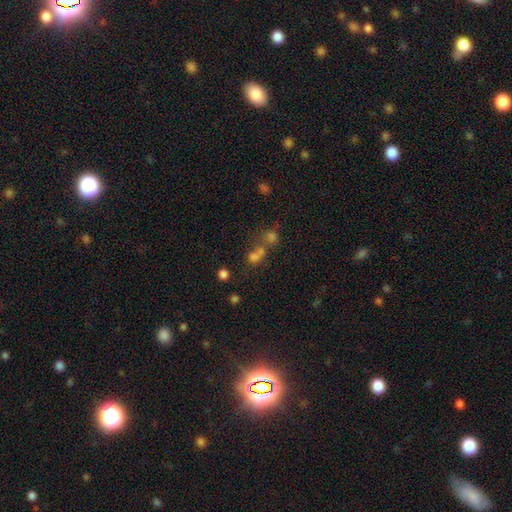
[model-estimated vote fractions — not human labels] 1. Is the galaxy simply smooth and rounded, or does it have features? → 54% smooth, 32% star or artifact, 15% featured or disk.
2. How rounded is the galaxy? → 72% round, 26% in between, 2% cigar-shaped.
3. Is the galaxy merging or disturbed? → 49% merger, 39% none, 7% minor disturbance, 5% major disturbance.